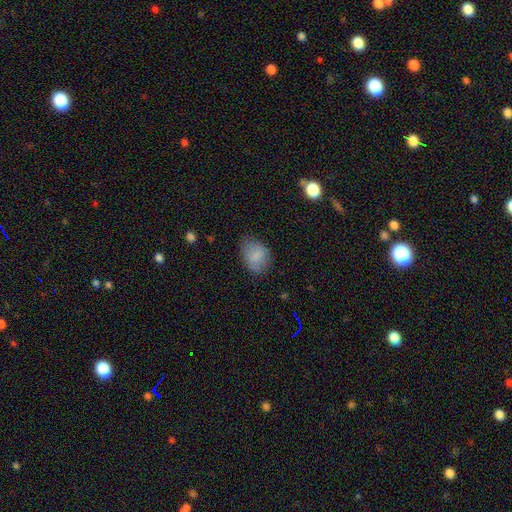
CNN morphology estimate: Smooth or featured?
  - smooth: 82% *
  - featured or disk: 9%
  - star or artifact: 8%
How rounded?
  - in between: 76% *
  - round: 23%
  - cigar-shaped: 1%
Merging?
  - none: 68% *
  - minor disturbance: 25%
  - major disturbance: 6%
  - merger: 1%